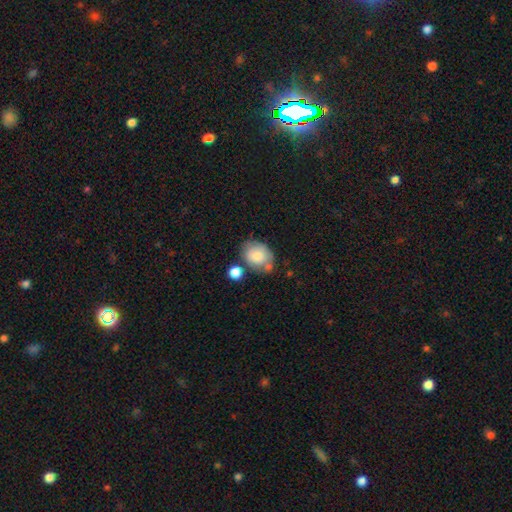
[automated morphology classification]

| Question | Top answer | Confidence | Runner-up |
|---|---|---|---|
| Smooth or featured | smooth | 76% | featured or disk (15%) |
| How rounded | round | 51% | in between (48%) |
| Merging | none | 54% | minor disturbance (21%) |